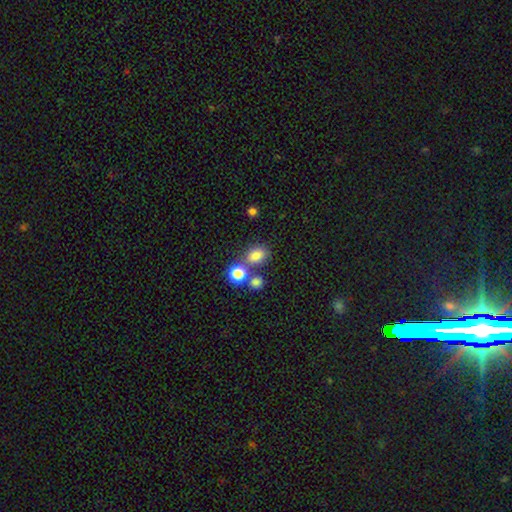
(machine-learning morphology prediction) smooth-or-featured: smooth: 79% | star or artifact: 13% | featured or disk: 8%
  how-rounded: in between: 52% | round: 47% | cigar-shaped: 1%
  merging: none: 56% | merger: 29% | minor disturbance: 11% | major disturbance: 5%